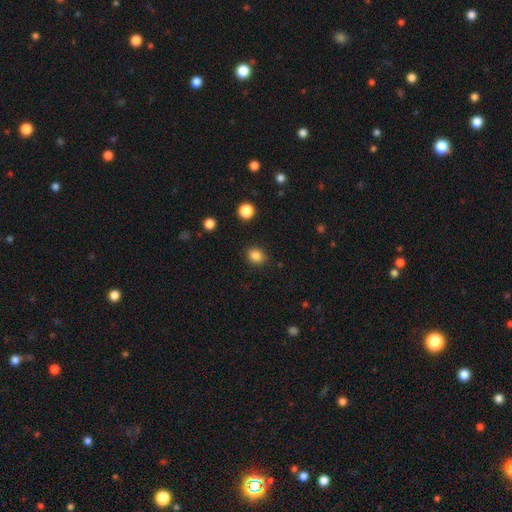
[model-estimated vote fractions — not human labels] This is clearly a smooth galaxy (85%). How rounded: possibly round (60%). Merging: clearly none (85%).